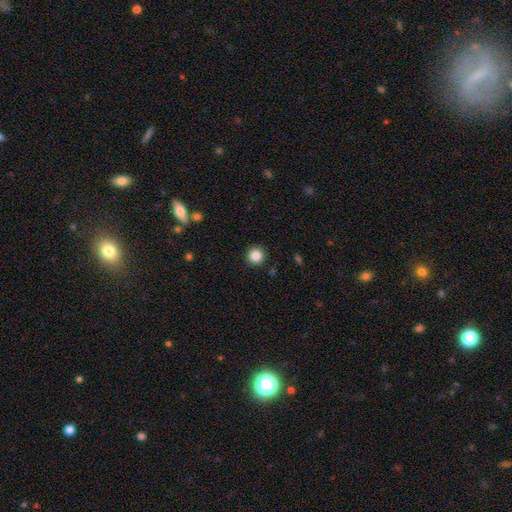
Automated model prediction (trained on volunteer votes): Morphology: type=smooth (86%); roundness=round (95%); merging=none (92%).